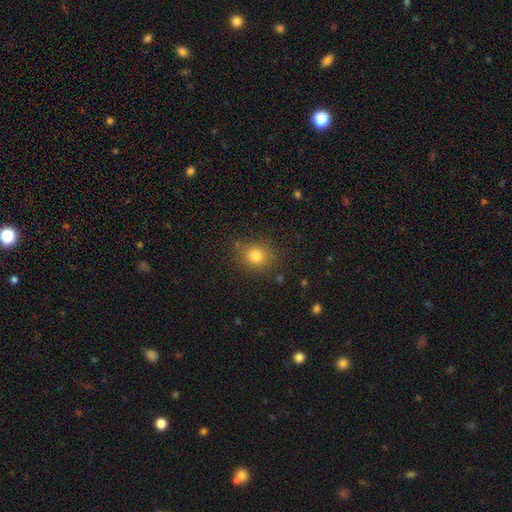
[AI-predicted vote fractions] A smooth galaxy with no disk features (78%) that is round (72%).

Vote fractions:
- Smooth or featured? smooth: 78% / star or artifact: 14% / featured or disk: 8%
- How rounded? round: 72% / in between: 27% / cigar-shaped: 1%
- Merging? none: 83% / minor disturbance: 11% / major disturbance: 3% / merger: 2%